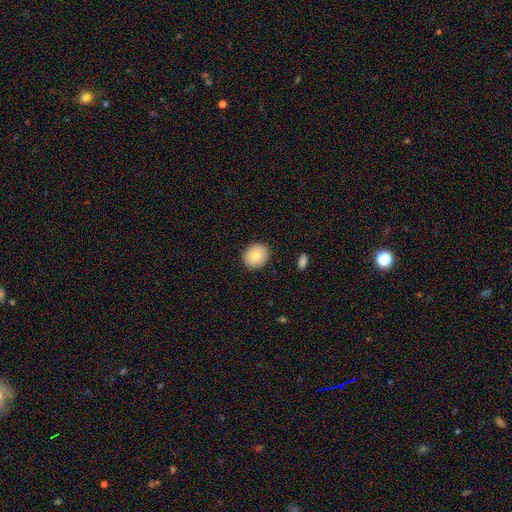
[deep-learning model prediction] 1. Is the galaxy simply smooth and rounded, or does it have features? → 80% smooth, 12% featured or disk, 8% star or artifact.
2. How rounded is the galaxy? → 72% round, 27% in between, 1% cigar-shaped.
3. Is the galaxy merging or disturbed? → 90% none, 7% minor disturbance, 2% major disturbance, 1% merger.